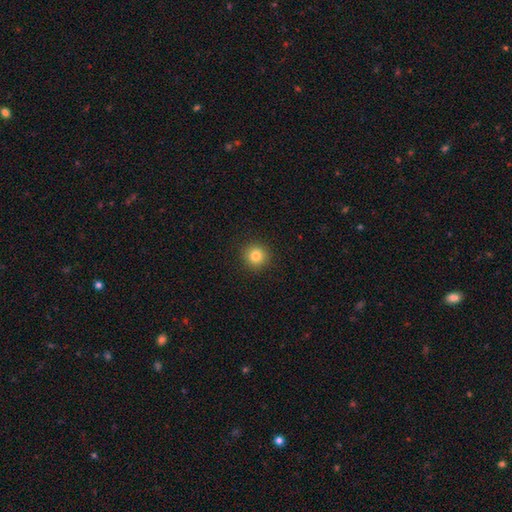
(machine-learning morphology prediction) A smooth galaxy with no disk features (83%) that is round (95%).

Vote fractions:
- Smooth or featured? smooth: 83% / star or artifact: 12% / featured or disk: 5%
- How rounded? round: 95% / in between: 4% / cigar-shaped: 1%
- Merging? none: 92% / minor disturbance: 5% / major disturbance: 2% / merger: 1%